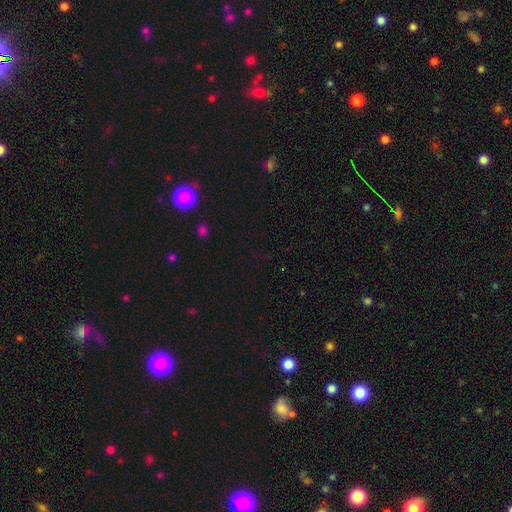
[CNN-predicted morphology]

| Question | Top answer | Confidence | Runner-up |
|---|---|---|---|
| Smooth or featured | star or artifact | 70% | smooth (23%) |